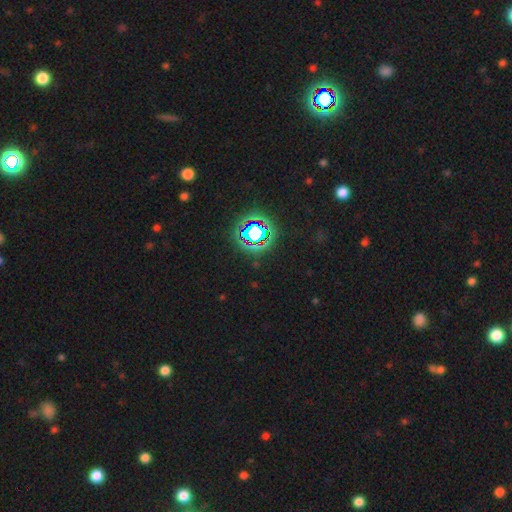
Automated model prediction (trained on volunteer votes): Smooth or featured? Predicted: star or artifact (p=0.82).